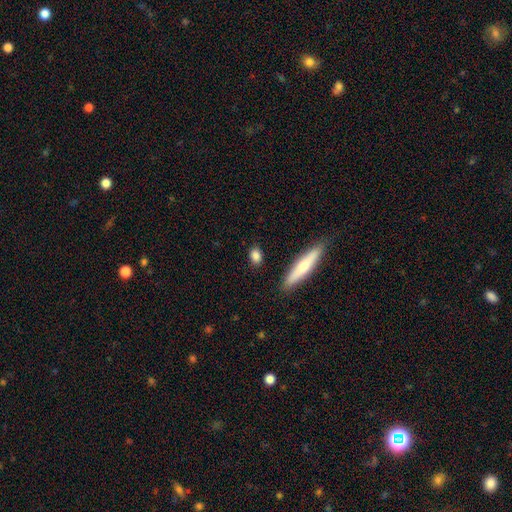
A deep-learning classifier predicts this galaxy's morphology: Smooth or featured? Predicted: smooth (p=0.83). How rounded? Predicted: in between (p=0.67). Merging? Predicted: none (p=0.85).